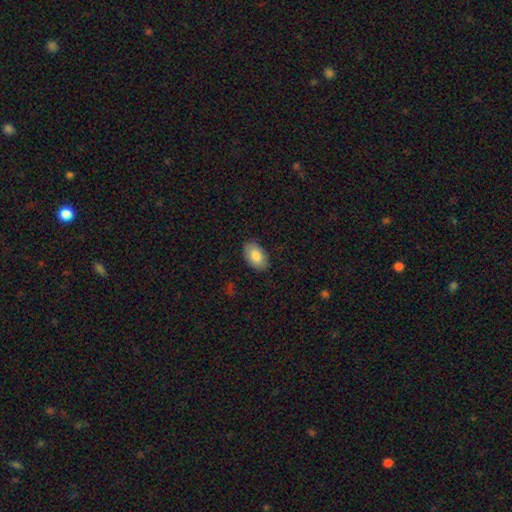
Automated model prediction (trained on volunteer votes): This appears to be a smooth galaxy with no disk features (84%) that is in between round and cigar-shaped (93%). Merging: none (87%).